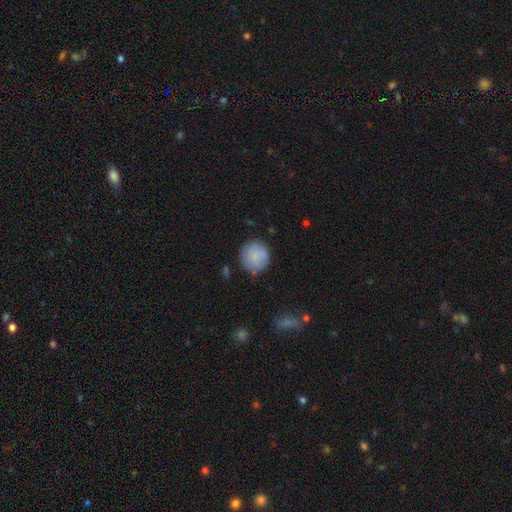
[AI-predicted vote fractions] Smooth or featured? smooth (83%)
How rounded? round (90%)
Merging? none (76%)